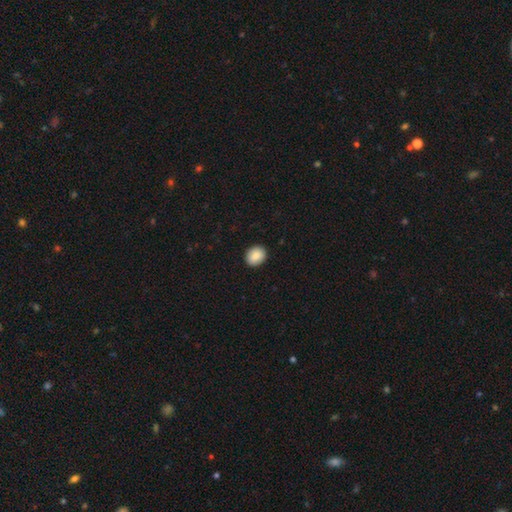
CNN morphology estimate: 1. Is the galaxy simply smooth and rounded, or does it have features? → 89% smooth, 7% star or artifact, 4% featured or disk.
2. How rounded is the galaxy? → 57% round, 42% in between, 1% cigar-shaped.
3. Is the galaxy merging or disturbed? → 91% none, 6% minor disturbance, 2% major disturbance, 1% merger.